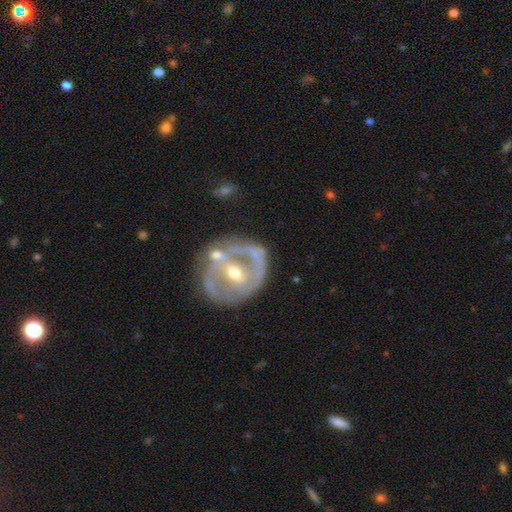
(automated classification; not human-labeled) Smooth or featured? Predicted: featured or disk (p=0.77). Edge-on disk? Predicted: no (p=0.96). Bar? Predicted: weak (p=0.41). Spiral arms? Predicted: yes (p=0.63). Bulge size? Predicted: moderate (p=0.67). Merging? Predicted: none (p=0.53).